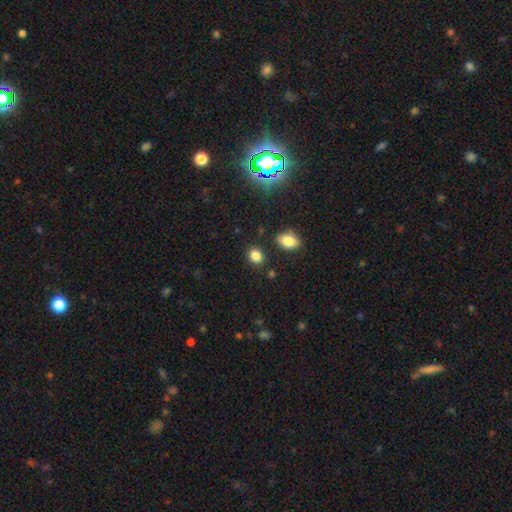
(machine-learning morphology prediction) Smooth or featured?
  - smooth: 83% *
  - star or artifact: 12%
  - featured or disk: 5%
How rounded?
  - in between: 50% *
  - round: 49%
  - cigar-shaped: 1%
Merging?
  - none: 83% *
  - minor disturbance: 9%
  - merger: 5%
  - major disturbance: 3%